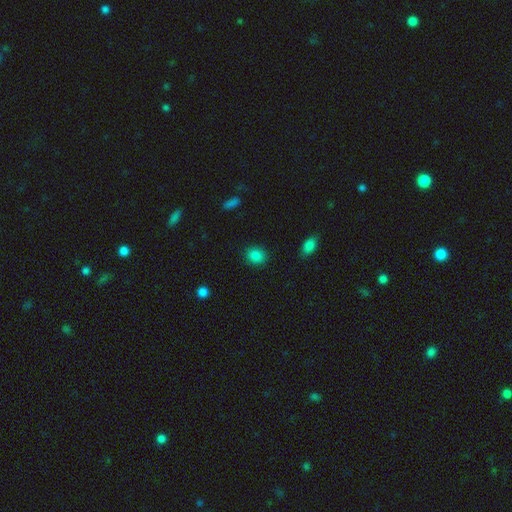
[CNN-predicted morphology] This appears to be a smooth galaxy with no disk features (85%) that is round (68%). Merging: none (89%).